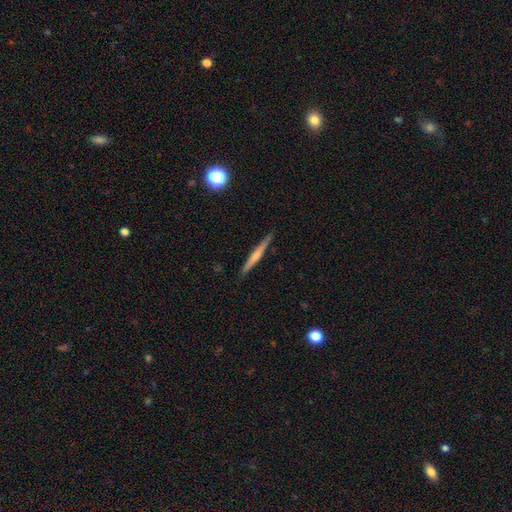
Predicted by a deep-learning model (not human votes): smooth_or_featured: featured or disk (p=0.52) [alt: smooth p=0.42]
disk_edge_on: yes (p=0.98) [alt: no p=0.02]
edge_on_bulge: none (p=0.44) [alt: rounded p=0.43]
merging: none (p=0.89) [alt: minor disturbance p=0.08]